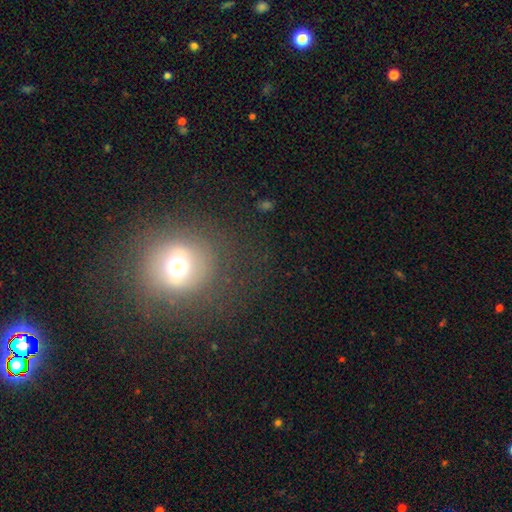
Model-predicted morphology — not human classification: This appears to be a smooth galaxy with no disk features (52%) that is round (81%). Merging: none (82%).